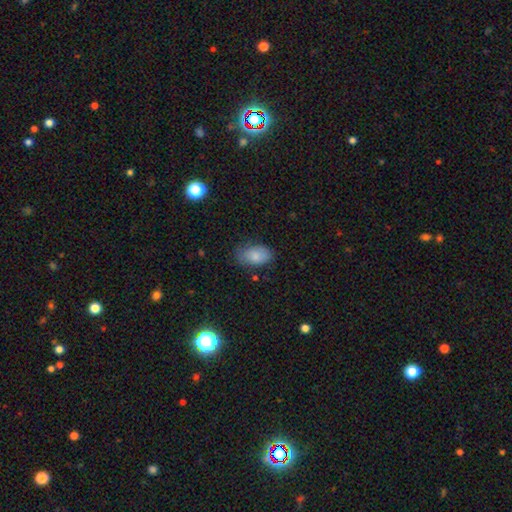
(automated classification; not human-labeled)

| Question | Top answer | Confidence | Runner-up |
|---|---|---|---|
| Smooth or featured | smooth | 82% | featured or disk (11%) |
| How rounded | in between | 91% | round (7%) |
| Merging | none | 68% | minor disturbance (25%) |